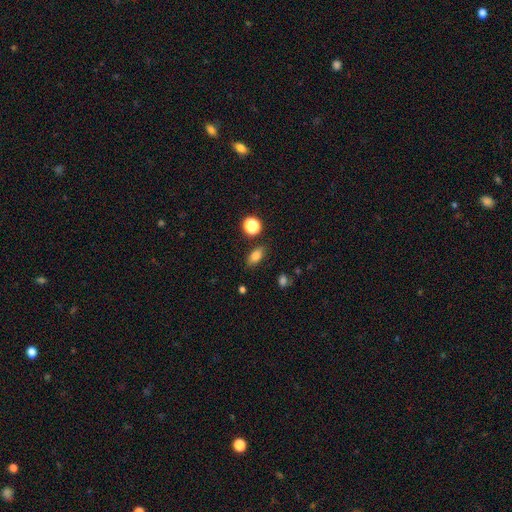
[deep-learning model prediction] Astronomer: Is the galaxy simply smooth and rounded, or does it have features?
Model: smooth — 81%.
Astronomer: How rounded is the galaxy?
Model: in between — 83%.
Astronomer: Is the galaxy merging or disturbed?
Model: none — 83%.